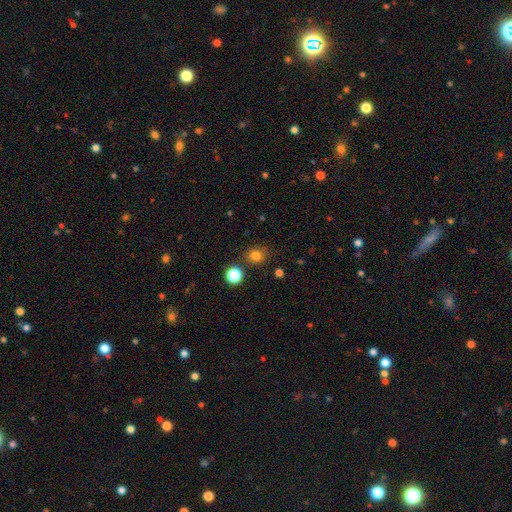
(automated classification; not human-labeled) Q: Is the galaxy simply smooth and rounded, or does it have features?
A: smooth — 79%.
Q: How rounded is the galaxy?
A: round — 83%.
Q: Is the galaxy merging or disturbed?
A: none — 81%.